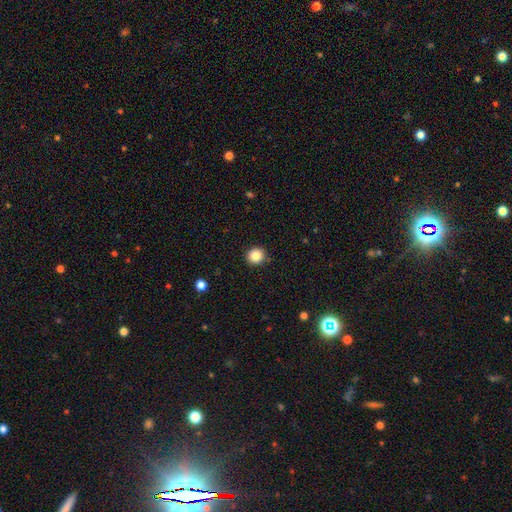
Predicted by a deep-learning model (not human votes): Smooth or featured? smooth (86%)
How rounded? round (91%)
Merging? none (91%)